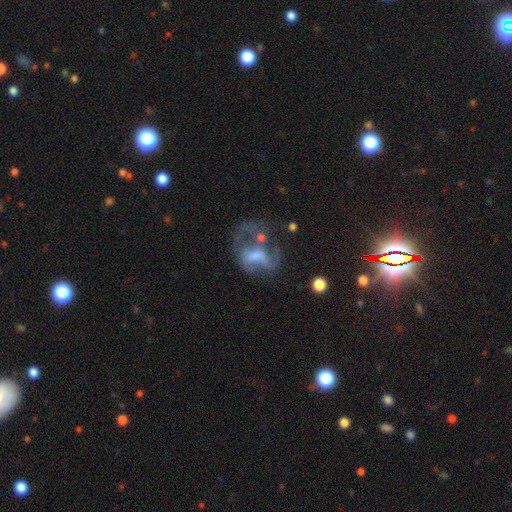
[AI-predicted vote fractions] Smooth or featured: featured or disk — 65% (smooth — 23%)
Edge-on disk: no — 97% (yes — 3%)
Bar: no — 52% (weak — 36%)
Spiral arms: yes — 60% (no — 40%)
Bulge size: moderate — 38% (small — 36%)
Merging: major disturbance — 40% (none — 29%)